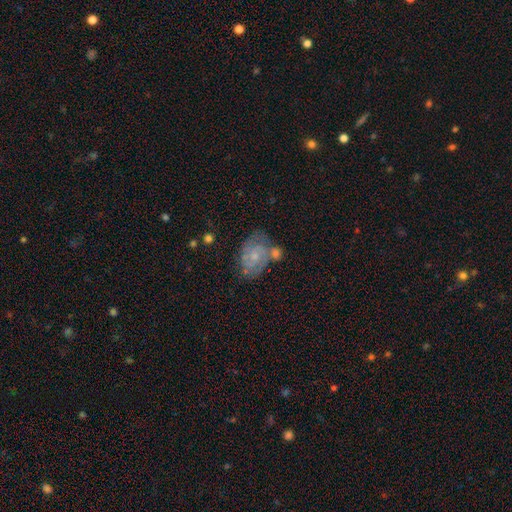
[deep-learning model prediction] smooth-or-featured: featured or disk: 65% | smooth: 27% | star or artifact: 8%
  disk-edge-on: no: 97% | yes: 3%
    bar: no: 72% | weak: 24% | strong: 3%
    has-spiral-arms: yes: 81% | no: 19%
      spiral-winding: tight: 51% | medium: 38% | loose: 11%
      spiral-arm-count: 2: 45% | can't tell: 34% | 3: 11% | 1: 4% | 4: 3% | more than 4: 3%
    bulge-size: small: 59% | moderate: 30% | none: 7% | large: 2% | dominant: 1%
  merging: none: 47% | merger: 21% | minor disturbance: 21% | major disturbance: 10%